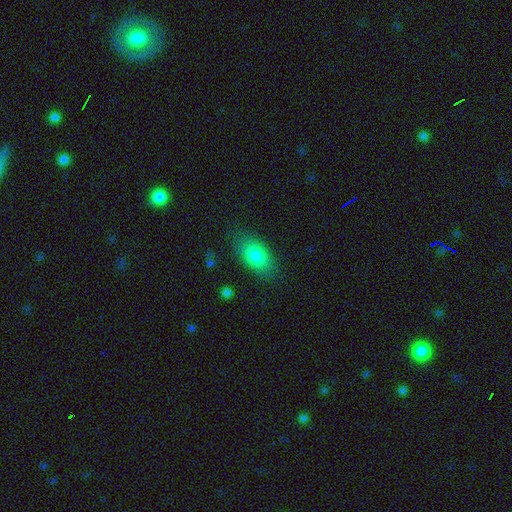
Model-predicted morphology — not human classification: This appears to be a smooth galaxy with no disk features (83%) that is in between round and cigar-shaped (88%). Merging: none (80%).